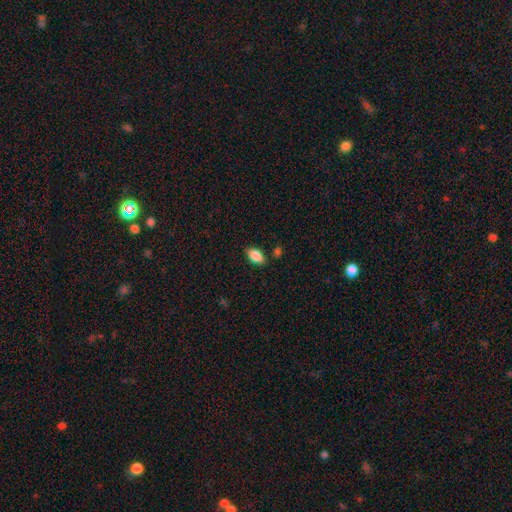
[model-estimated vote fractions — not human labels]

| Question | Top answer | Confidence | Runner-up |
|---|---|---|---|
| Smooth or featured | smooth | 87% | star or artifact (8%) |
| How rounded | in between | 91% | round (7%) |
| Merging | none | 83% | minor disturbance (12%) |